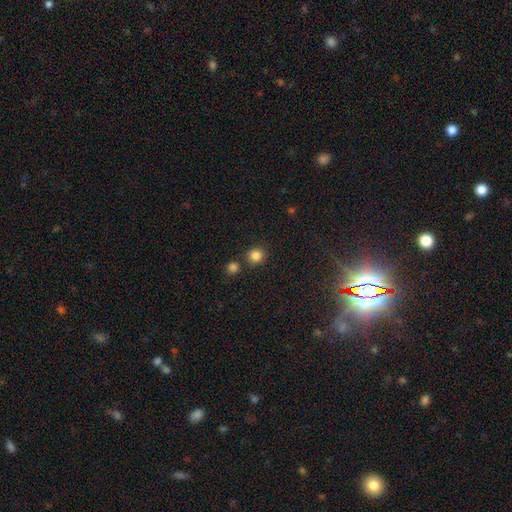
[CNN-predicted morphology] A smooth galaxy with no disk features (84%) that is round (90%).

Vote fractions:
- Smooth or featured? smooth: 84% / star or artifact: 12% / featured or disk: 4%
- How rounded? round: 90% / in between: 9% / cigar-shaped: 1%
- Merging? none: 81% / merger: 9% / minor disturbance: 7% / major disturbance: 2%